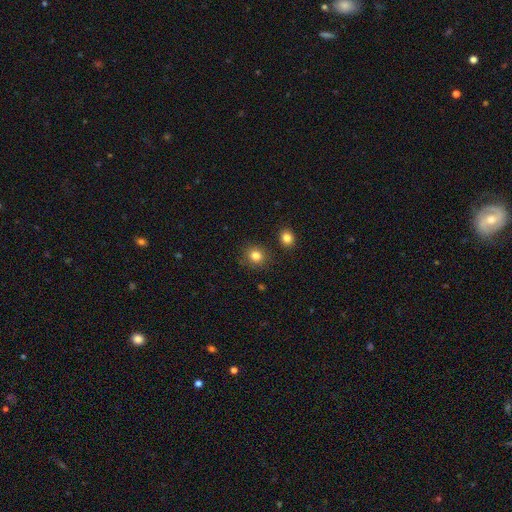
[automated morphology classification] Smooth or featured? Predicted: smooth (p=0.82). How rounded? Predicted: round (p=0.85). Merging? Predicted: none (p=0.87).